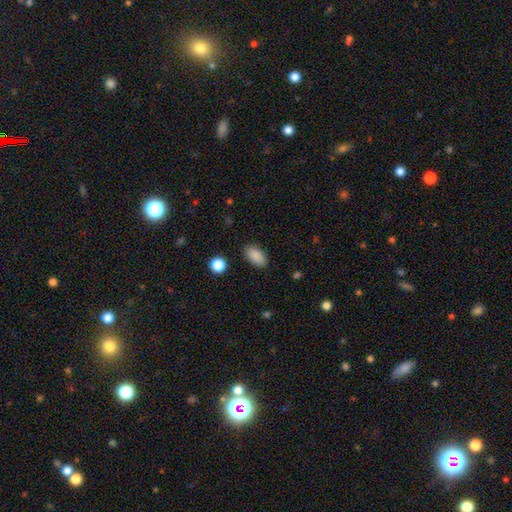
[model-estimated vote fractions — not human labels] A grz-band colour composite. It shows a smooth galaxy with no disk features (88%) that is in between round and cigar-shaped (92%). Merging: none (86%).